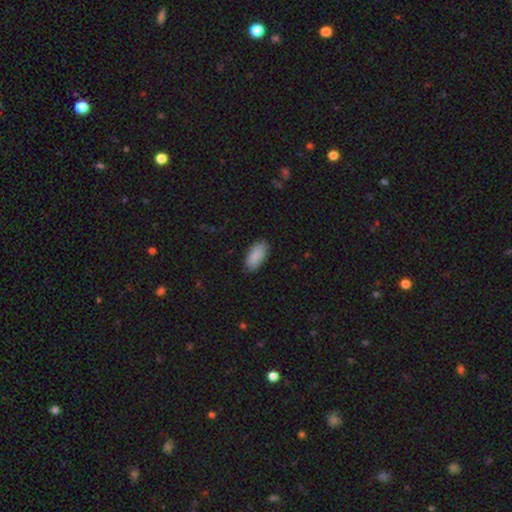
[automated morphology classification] This is clearly a smooth galaxy (90%). How rounded: clearly in between (93%). Merging: clearly none (86%).